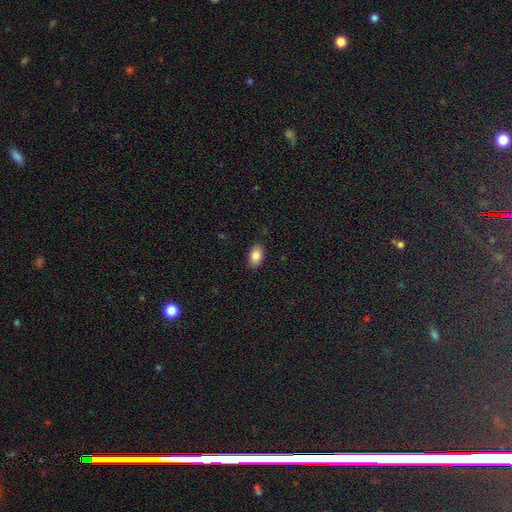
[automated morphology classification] smooth_or_featured: smooth (p=0.86) [alt: star or artifact p=0.08]
how_rounded: in between (p=0.89) [alt: round p=0.09]
merging: none (p=0.87) [alt: minor disturbance p=0.10]